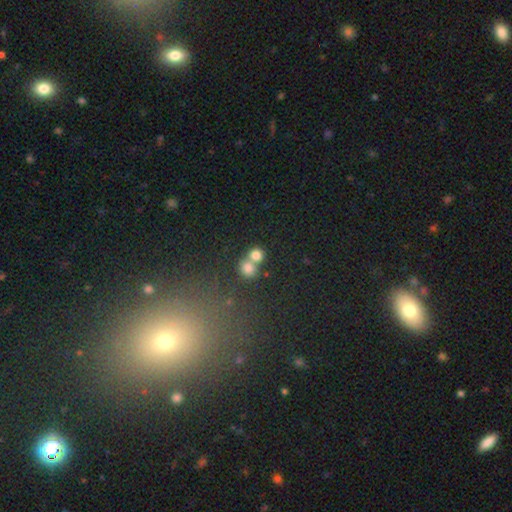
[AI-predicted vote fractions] This is likely a smooth galaxy (78%). How rounded: clearly round (86%). Merging: possibly merger (48%).